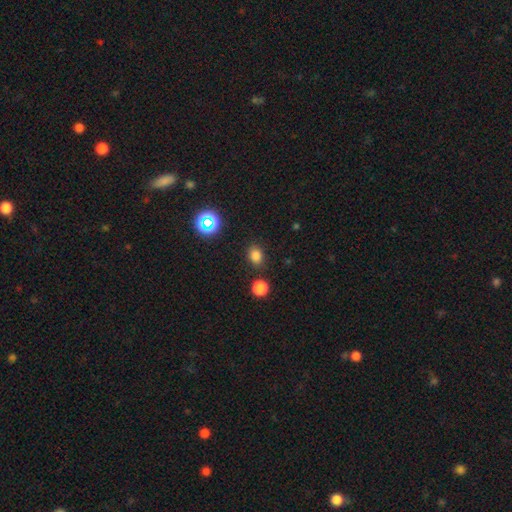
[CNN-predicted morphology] smooth 79%, star or artifact 16%, featured or disk 5%. Down the decision tree: how rounded — in between (58%); merging — none (82%).